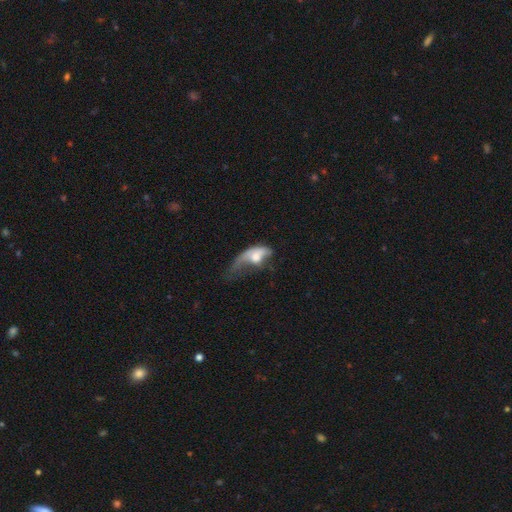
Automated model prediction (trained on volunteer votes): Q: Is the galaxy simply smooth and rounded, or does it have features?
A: smooth — 50%.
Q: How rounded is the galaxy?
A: in between — 80%.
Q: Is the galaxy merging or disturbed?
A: major disturbance — 61%.